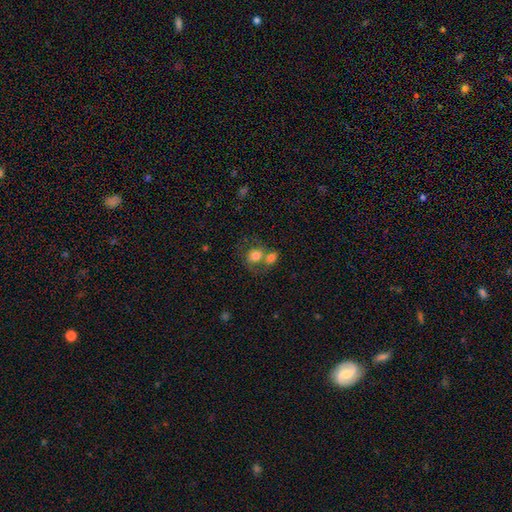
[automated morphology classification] Smooth or featured? Predicted: smooth (p=0.70). How rounded? Predicted: round (p=0.61). Merging? Predicted: merger (p=0.53).